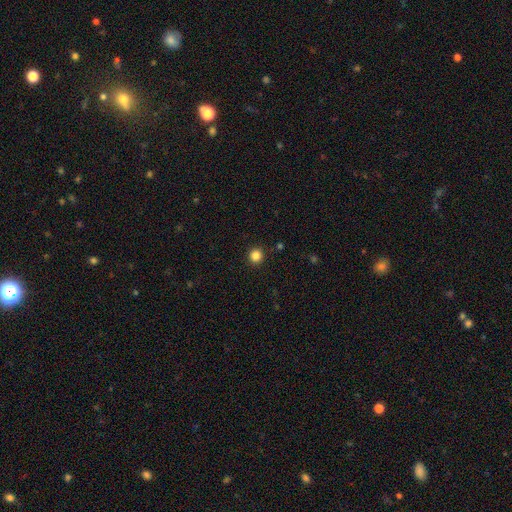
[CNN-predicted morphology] Smooth or featured? Predicted: smooth (p=0.84). How rounded? Predicted: round (p=0.95). Merging? Predicted: none (p=0.92).